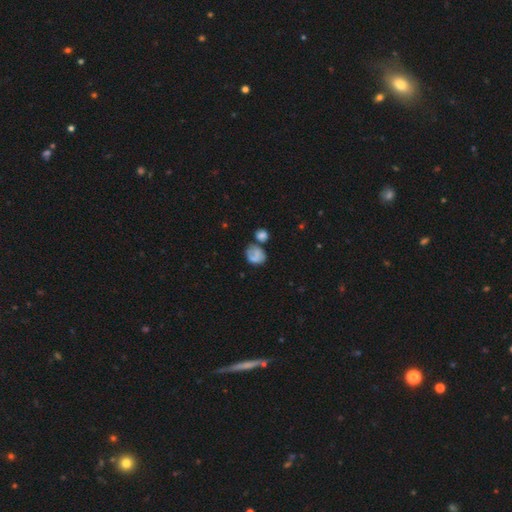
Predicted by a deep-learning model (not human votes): The model was most divided on "how rounded": round: 56%, in between: 43%, cigar-shaped: 1%. Remaining: smooth or featured — smooth (67%); merging — none (40%).